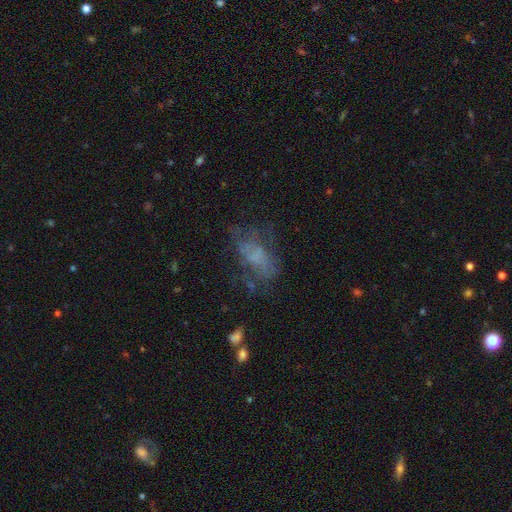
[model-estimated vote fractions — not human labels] The model was most divided on "smooth or featured": featured or disk: 42%, smooth: 38%, star or artifact: 20%. Remaining: merging — none (49%).